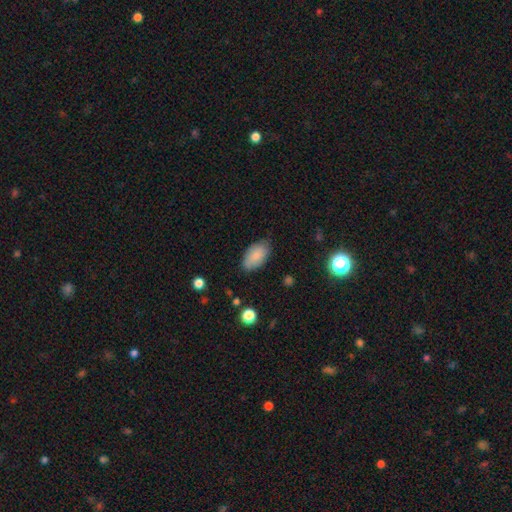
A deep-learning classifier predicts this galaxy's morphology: This appears to be a smooth galaxy with no disk features (84%) that is in between round and cigar-shaped (94%). Merging: none (76%).